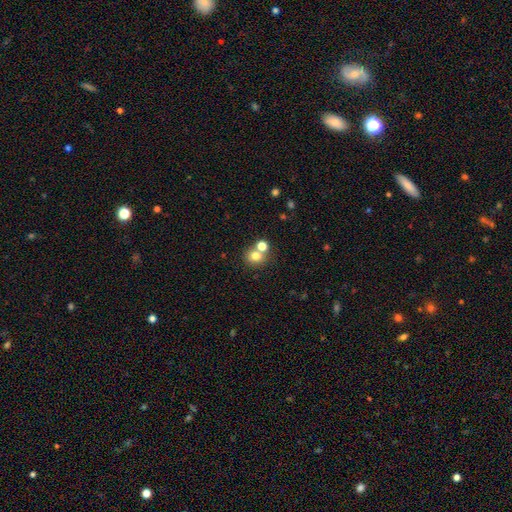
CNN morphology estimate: Q: Smooth or featured?
A: smooth (76%); runner-up: star or artifact (14%)
Q: How rounded?
A: round (80%); runner-up: in between (19%)
Q: Merging?
A: none (56%); runner-up: merger (34%)